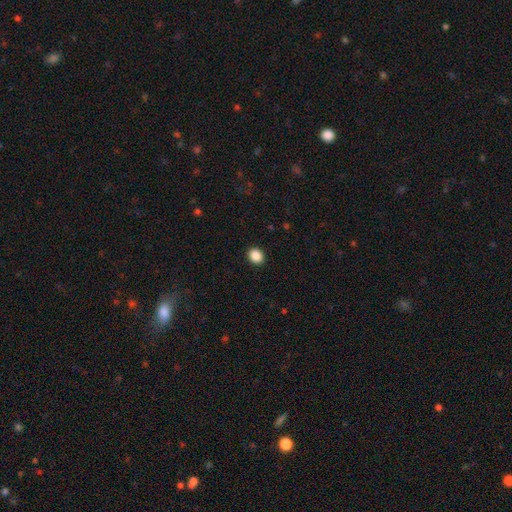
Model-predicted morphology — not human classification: Smooth or featured?
  - smooth: 88% *
  - star or artifact: 9%
  - featured or disk: 3%
How rounded?
  - round: 65% *
  - in between: 34%
  - cigar-shaped: 1%
Merging?
  - none: 92% *
  - minor disturbance: 5%
  - major disturbance: 2%
  - merger: 1%